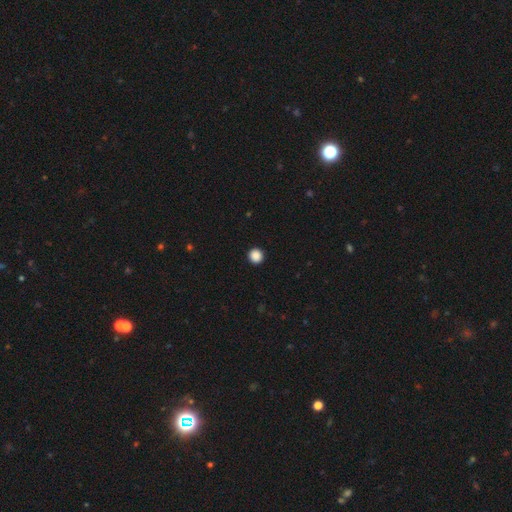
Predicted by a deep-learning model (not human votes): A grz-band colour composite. It shows a smooth galaxy with no disk features (88%) that is round (95%). Merging: none (94%).